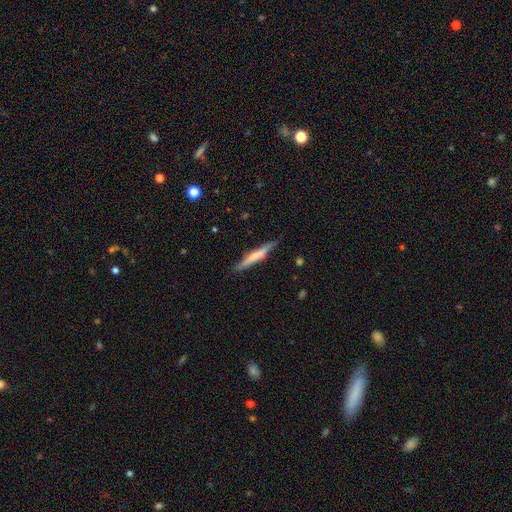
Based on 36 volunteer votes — Overall: featured or disk (69%). Edge-on disk: yes (88%). Edge-on bulge: rounded (45%; none 36%). Merging: none (83%).